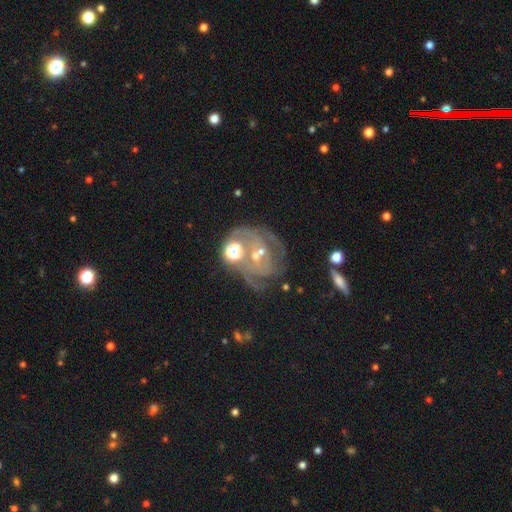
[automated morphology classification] type=featured or disk (76%); edge-on=no (97%); bar=no (60%); spiral arms=yes (88%); winding=tight (57%); arm count=can't tell (36%); bulge=small (64%); merging=none (49%).